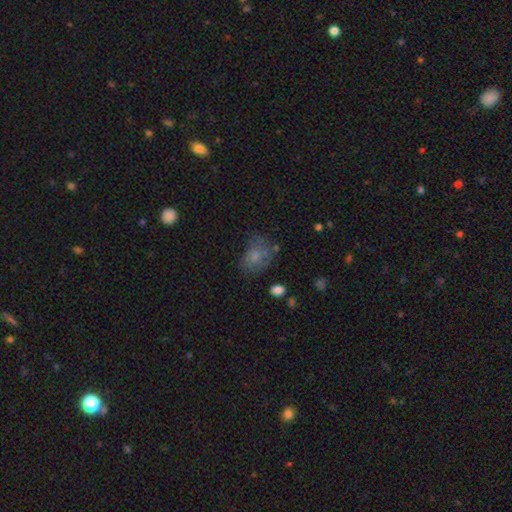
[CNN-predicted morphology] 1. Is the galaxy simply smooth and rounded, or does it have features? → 67% smooth, 23% featured or disk, 11% star or artifact.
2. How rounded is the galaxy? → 67% in between, 31% round, 1% cigar-shaped.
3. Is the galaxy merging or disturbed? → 50% none, 29% minor disturbance, 17% major disturbance, 4% merger.